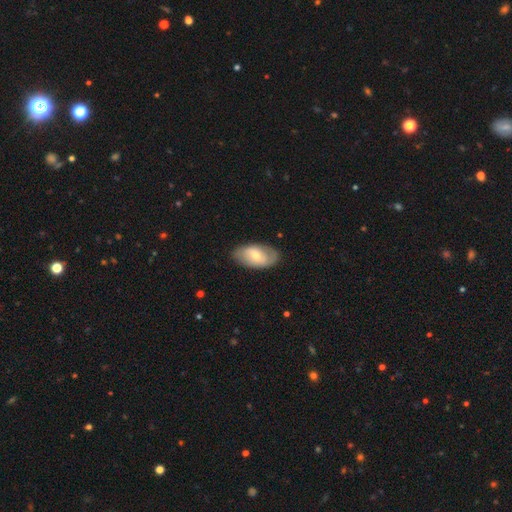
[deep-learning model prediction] smooth 51%, featured or disk 43%, star or artifact 6%. Down the decision tree: how rounded — in between (92%); merging — none (80%).